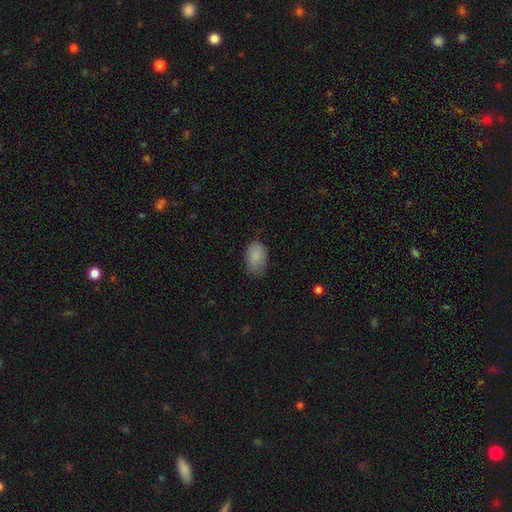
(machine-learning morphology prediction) Smooth or featured?
  - smooth: 87% *
  - star or artifact: 8%
  - featured or disk: 5%
How rounded?
  - in between: 89% *
  - round: 10%
  - cigar-shaped: 1%
Merging?
  - none: 72% *
  - minor disturbance: 22%
  - major disturbance: 5%
  - merger: 1%